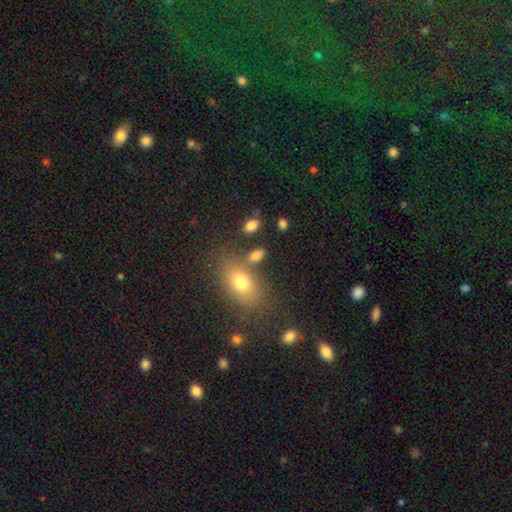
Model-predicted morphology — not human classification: Overall: smooth (79%). How rounded: in between (86%). Merging: none (68%).